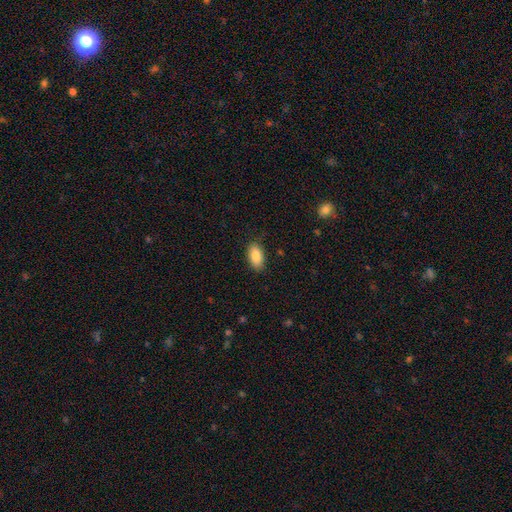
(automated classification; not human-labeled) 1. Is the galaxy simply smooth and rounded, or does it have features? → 86% smooth, 7% star or artifact, 7% featured or disk.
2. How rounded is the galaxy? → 93% in between, 4% round, 4% cigar-shaped.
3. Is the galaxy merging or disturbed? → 86% none, 11% minor disturbance, 2% major disturbance, 1% merger.